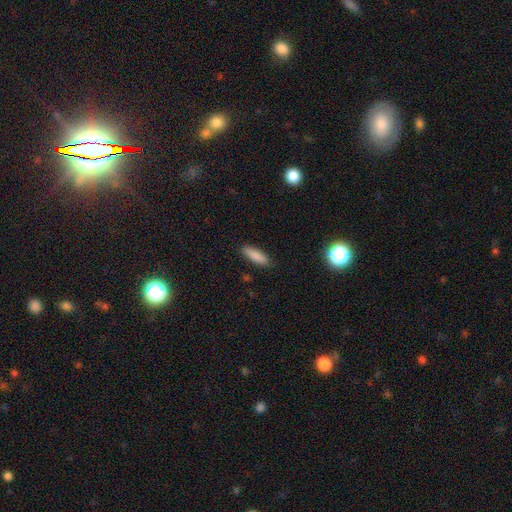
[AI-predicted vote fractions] A smooth galaxy with no disk features (87%) that is in between round and cigar-shaped (50%). Merging: none (88%).